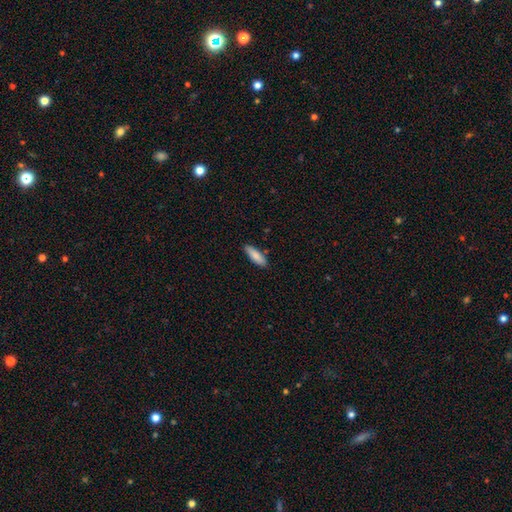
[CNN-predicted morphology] Smooth or featured: smooth — 86% (featured or disk — 8%)
How rounded: in between — 50% (cigar-shaped — 49%)
Merging: none — 85% (minor disturbance — 11%)